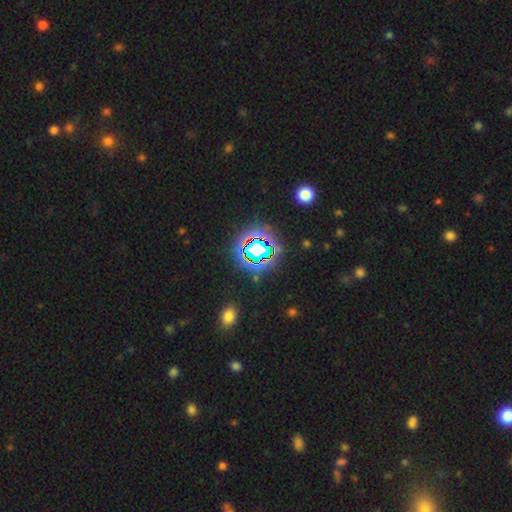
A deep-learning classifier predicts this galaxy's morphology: Smooth or featured: star or artifact — 72% (smooth — 17%)